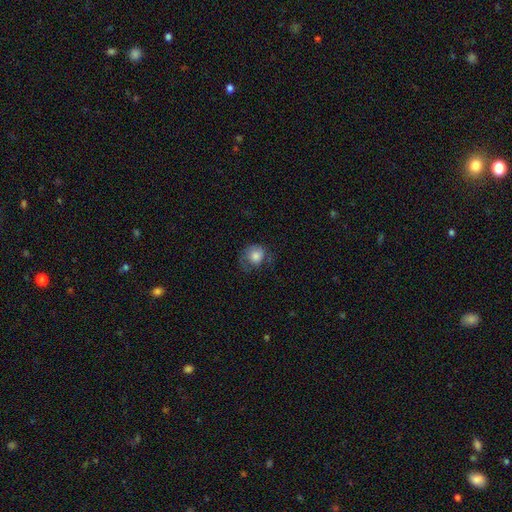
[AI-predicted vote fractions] smooth 76%, featured or disk 15%, star or artifact 8%. Down the decision tree: how rounded — round (74%); merging — none (44%).